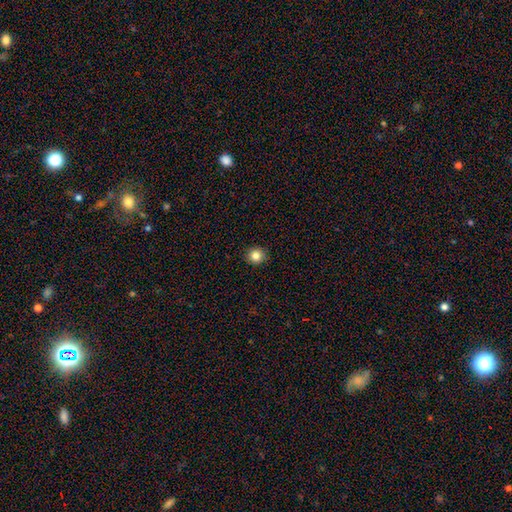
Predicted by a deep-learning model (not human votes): smooth 83%, star or artifact 11%, featured or disk 5%. Down the decision tree: how rounded — round (93%); merging — none (92%).